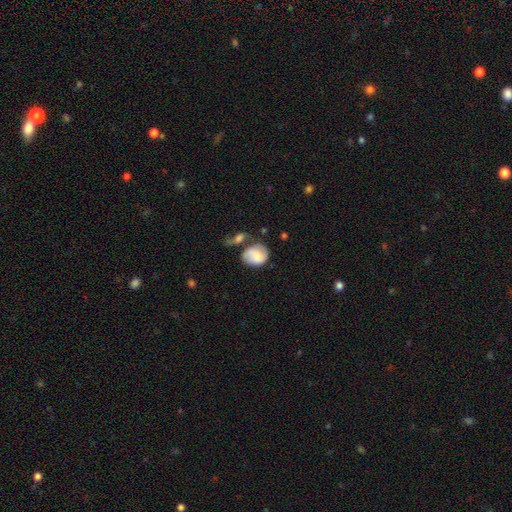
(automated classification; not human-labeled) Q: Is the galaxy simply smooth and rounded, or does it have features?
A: smooth — 64%.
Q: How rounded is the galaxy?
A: round — 62%.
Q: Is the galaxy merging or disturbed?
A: none — 36%.